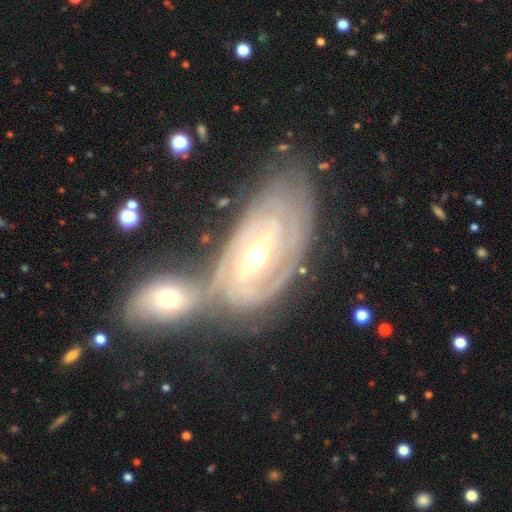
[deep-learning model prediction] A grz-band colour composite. It shows a featured or disk galaxy (87%) with no bar (41%), 2 (37%) tight (74%) spiral arms (94%) and a moderate central bulge (73%). Merging: none (42%).